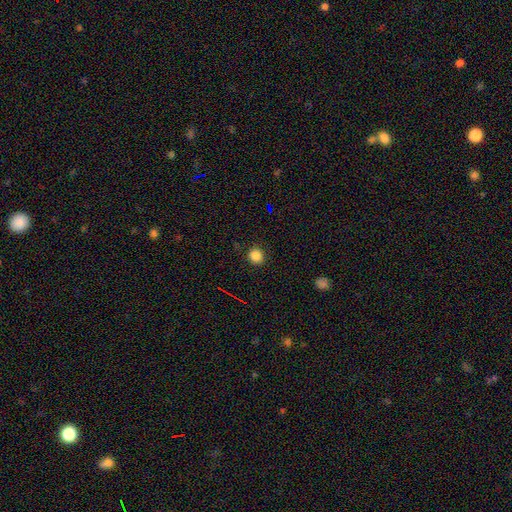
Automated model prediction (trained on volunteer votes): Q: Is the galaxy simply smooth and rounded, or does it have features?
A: smooth — 83%.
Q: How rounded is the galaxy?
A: round — 87%.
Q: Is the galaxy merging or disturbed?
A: none — 90%.